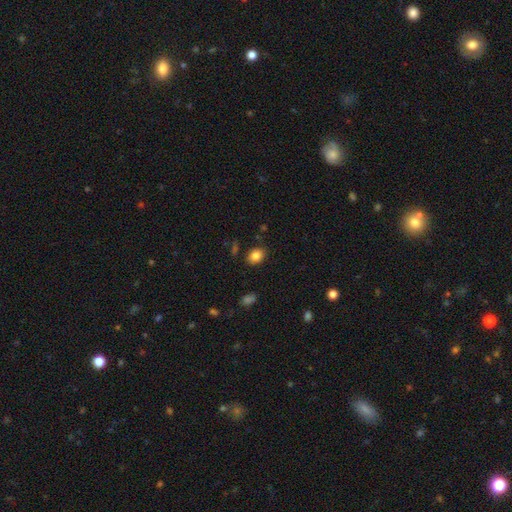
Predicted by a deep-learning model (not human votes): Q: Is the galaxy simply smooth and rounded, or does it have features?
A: smooth — 83%.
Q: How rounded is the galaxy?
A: in between — 63%.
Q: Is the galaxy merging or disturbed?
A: none — 86%.